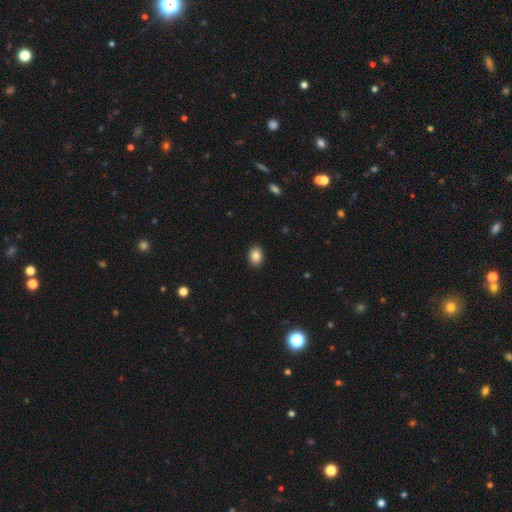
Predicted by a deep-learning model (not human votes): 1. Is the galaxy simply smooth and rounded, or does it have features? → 86% smooth, 9% star or artifact, 5% featured or disk.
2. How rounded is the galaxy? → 70% in between, 29% round, 1% cigar-shaped.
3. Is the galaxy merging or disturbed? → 90% none, 7% minor disturbance, 2% major disturbance, 1% merger.